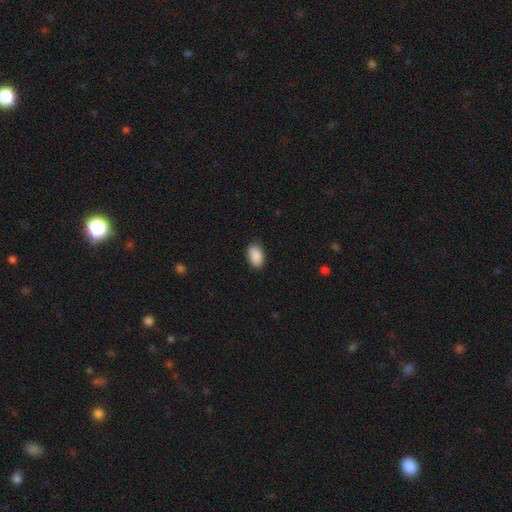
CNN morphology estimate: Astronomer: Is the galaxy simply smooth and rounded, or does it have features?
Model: smooth — 90%.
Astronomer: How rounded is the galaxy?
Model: in between — 93%.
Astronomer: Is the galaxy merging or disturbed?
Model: none — 86%.